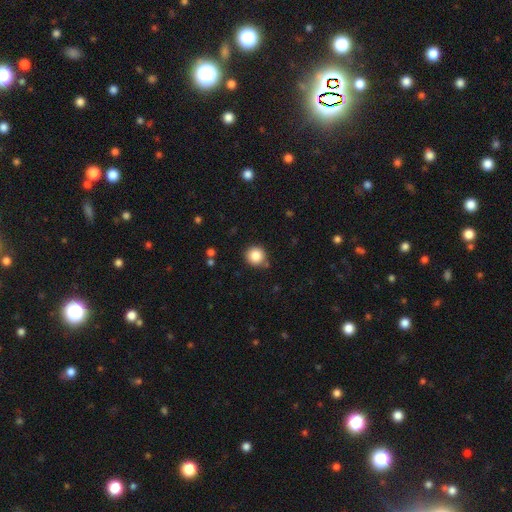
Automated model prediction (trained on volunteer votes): This appears to be a smooth galaxy with no disk features (85%) that is round (94%). Merging: none (85%).